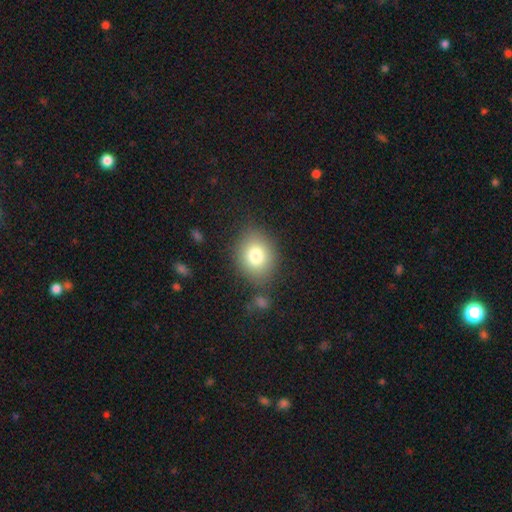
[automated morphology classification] smooth 79%, star or artifact 10%, featured or disk 10%. Down the decision tree: how rounded — round (58%); merging — none (79%).